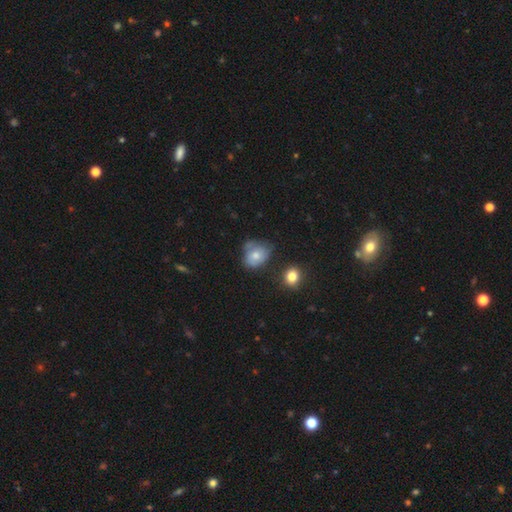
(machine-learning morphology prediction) A smooth galaxy with no disk features (72%) that is in between round and cigar-shaped (55%). Merging: none (46%).